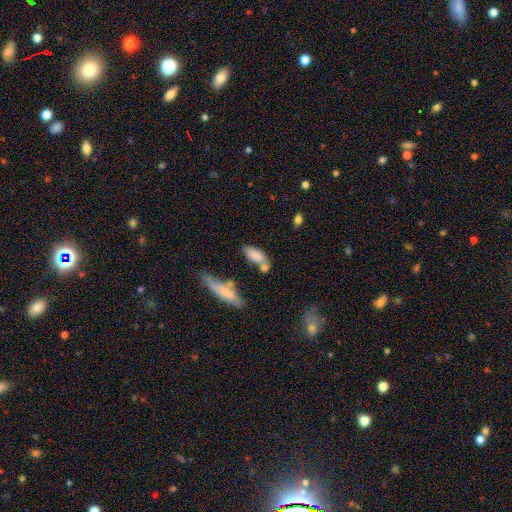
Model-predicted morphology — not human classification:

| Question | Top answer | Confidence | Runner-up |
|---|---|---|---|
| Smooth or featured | smooth | 79% | featured or disk (13%) |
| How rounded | in between | 78% | cigar-shaped (19%) |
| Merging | none | 43% | merger (29%) |